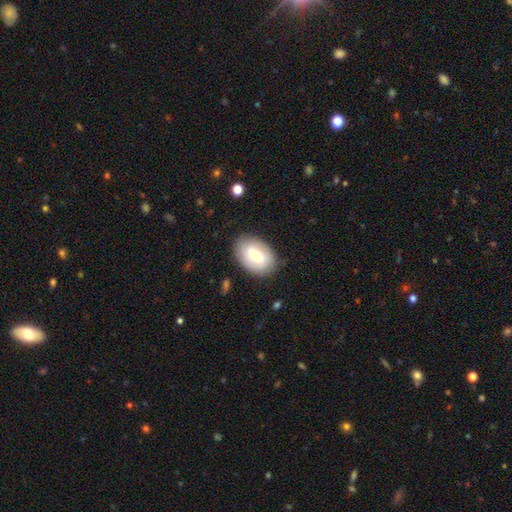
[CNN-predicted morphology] A smooth galaxy with no disk features (55%) that is in between round and cigar-shaped (87%).

Vote fractions:
- Smooth or featured? smooth: 55% / featured or disk: 39% / star or artifact: 7%
- How rounded? in between: 87% / round: 11% / cigar-shaped: 1%
- Merging? none: 81% / minor disturbance: 13% / major disturbance: 4% / merger: 1%